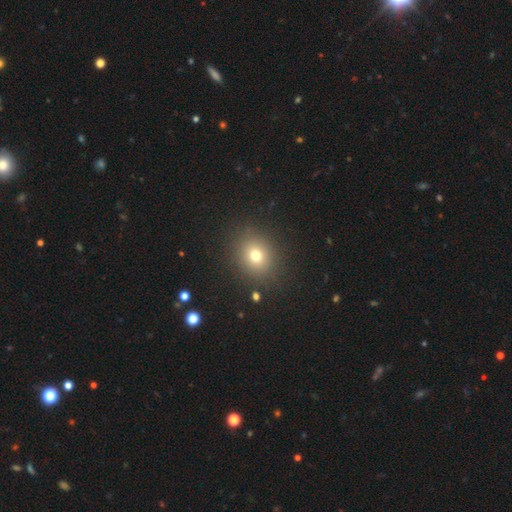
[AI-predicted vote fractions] This is likely a smooth galaxy (73%). How rounded: likely round (72%). Merging: clearly none (87%).